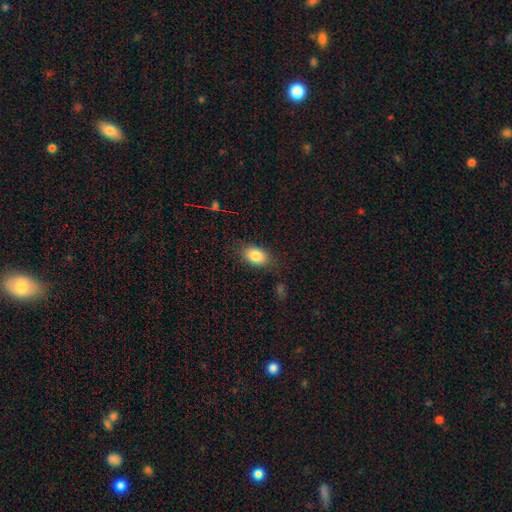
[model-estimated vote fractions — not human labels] Q: Smooth or featured?
A: smooth (84%); runner-up: star or artifact (8%)
Q: How rounded?
A: in between (83%); runner-up: round (15%)
Q: Merging?
A: none (79%); runner-up: minor disturbance (15%)